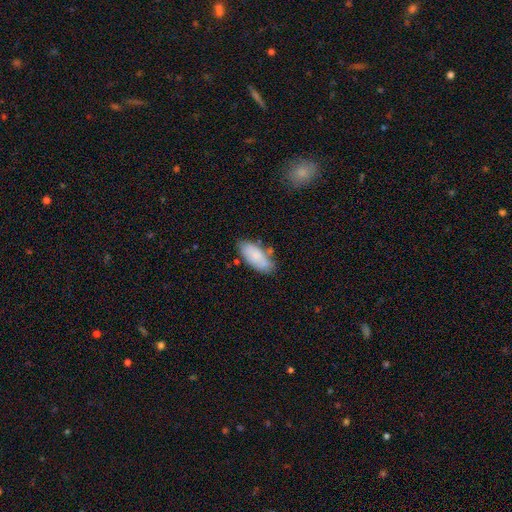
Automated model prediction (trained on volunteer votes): This is likely a smooth galaxy (79%). How rounded: clearly in between (88%). Merging: likely none (69%).